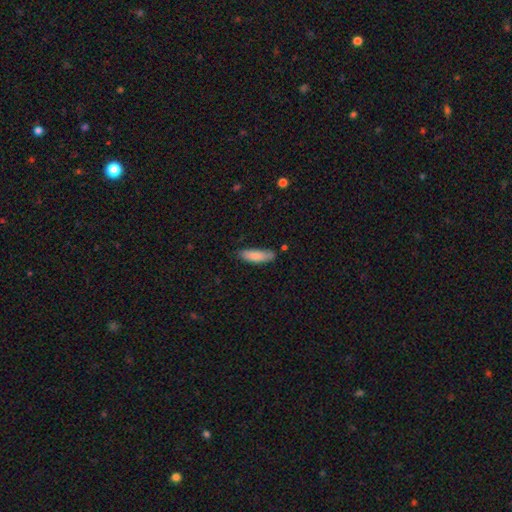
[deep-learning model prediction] smooth-or-featured: smooth: 83% | featured or disk: 11% | star or artifact: 6%
  how-rounded: cigar-shaped: 54% | in between: 44% | round: 2%
  merging: none: 74% | minor disturbance: 20% | major disturbance: 3% | merger: 3%